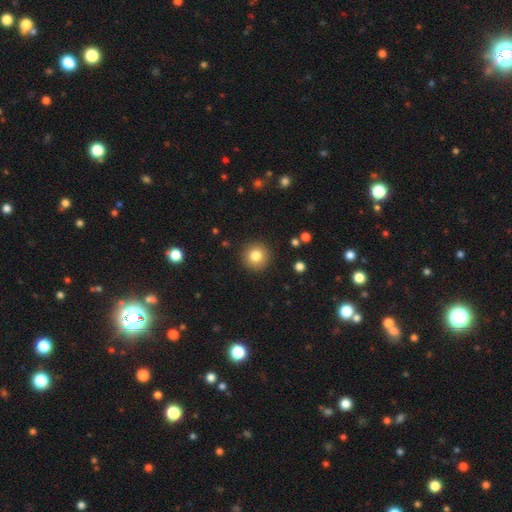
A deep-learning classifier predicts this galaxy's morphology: The model was most divided on "smooth or featured": smooth: 81%, star or artifact: 11%, featured or disk: 8%. More confident: how rounded — round (95%); merging — none (91%).